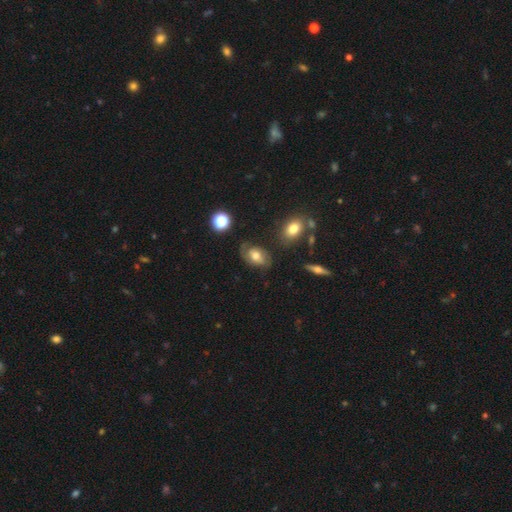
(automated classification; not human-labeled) Overall: featured or disk (50%; smooth 40%). Merging: none (66%).